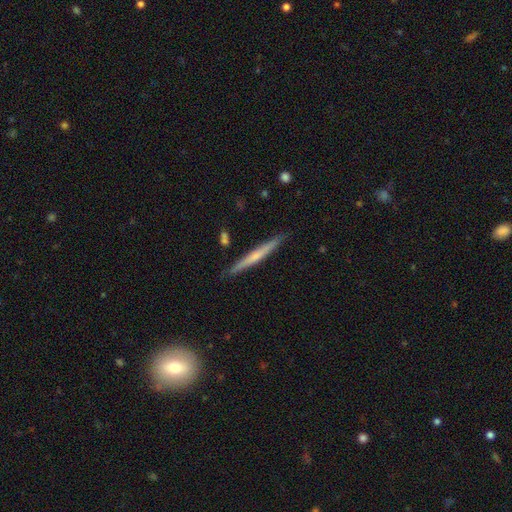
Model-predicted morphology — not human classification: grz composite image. It shows a featured or disk galaxy (52%) viewed edge-on (97%) with no central bulge (56%). Merging: none (89%).